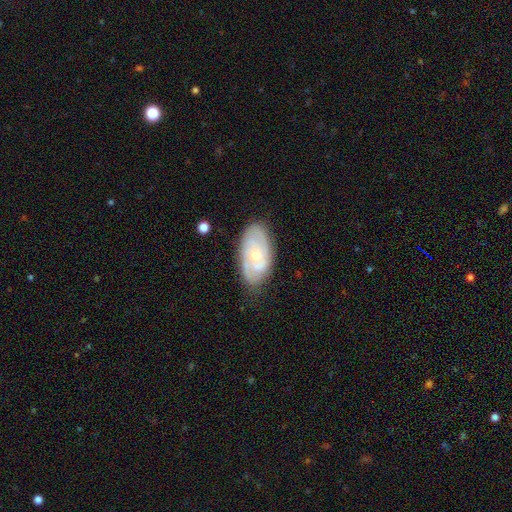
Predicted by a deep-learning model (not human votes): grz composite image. It shows a featured or disk galaxy (75%) with no bar (74%), 2 (37%) tight (61%) spiral arms (90%) and a small central bulge (59%). Merging: none (77%).